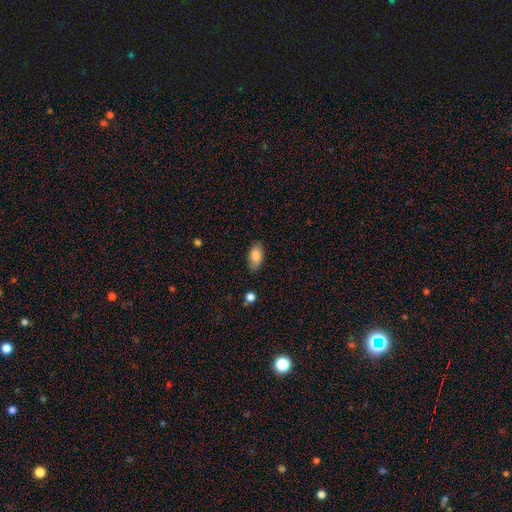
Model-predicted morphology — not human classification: This appears to be a smooth galaxy with no disk features (81%) that is in between round and cigar-shaped (93%). Merging: none (84%).